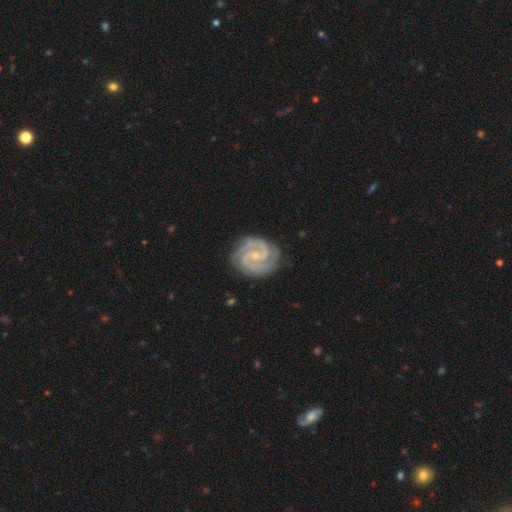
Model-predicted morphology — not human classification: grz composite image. It shows a featured or disk galaxy (93%) with a weak bar (44%), 2 (77%) tight (60%) spiral arms (99%) and a small central bulge (74%). Merging: none (82%).